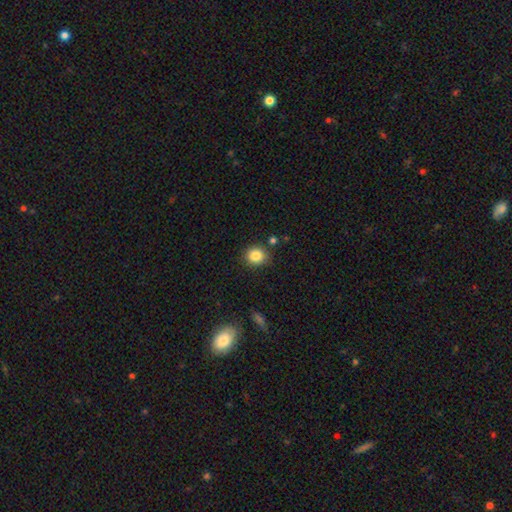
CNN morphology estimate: This is clearly a smooth galaxy (85%). How rounded: clearly round (85%). Merging: clearly none (84%).